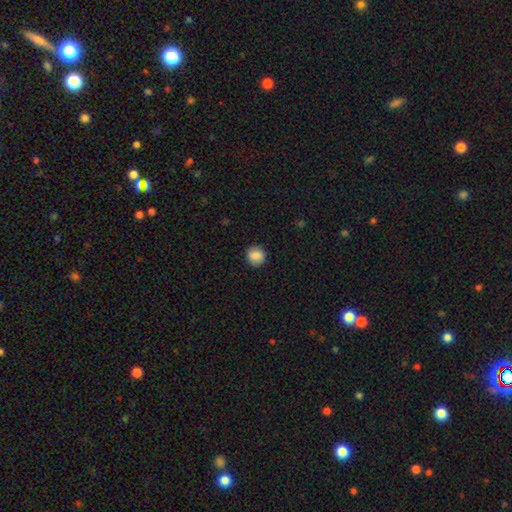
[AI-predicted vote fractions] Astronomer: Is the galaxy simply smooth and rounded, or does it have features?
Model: smooth — 85%.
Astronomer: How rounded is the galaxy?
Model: round — 90%.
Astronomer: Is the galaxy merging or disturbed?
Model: none — 90%.